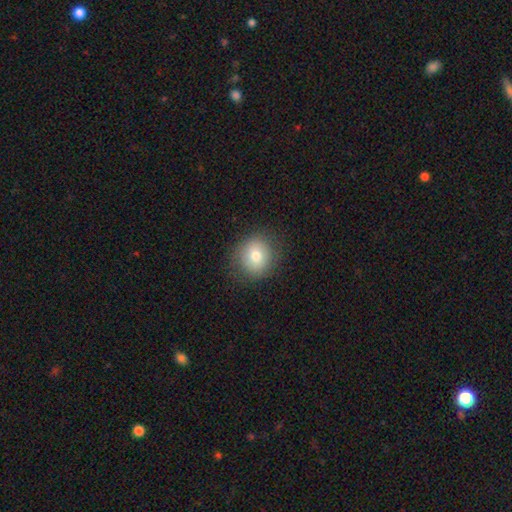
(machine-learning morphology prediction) Smooth or featured? Predicted: smooth (p=0.77). How rounded? Predicted: round (p=0.83). Merging? Predicted: none (p=0.86).